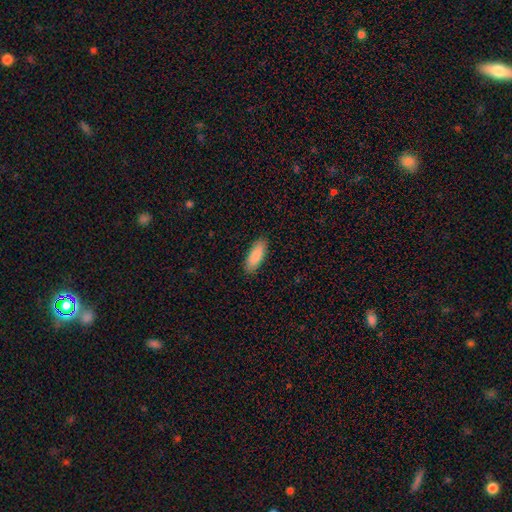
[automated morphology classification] The model was most divided on "how rounded": in between: 70%, cigar-shaped: 28%, round: 2%. More confident: merging — none (89%); smooth or featured — smooth (89%).